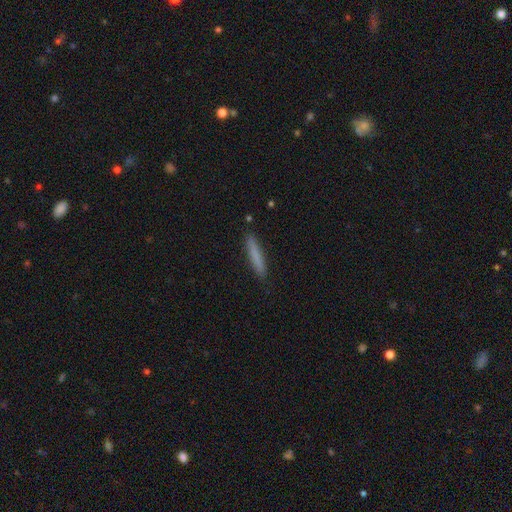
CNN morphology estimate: The model was most divided on "smooth or featured": smooth: 78%, featured or disk: 16%, star or artifact: 6%. More confident: how rounded — cigar-shaped (94%); merging — none (89%).